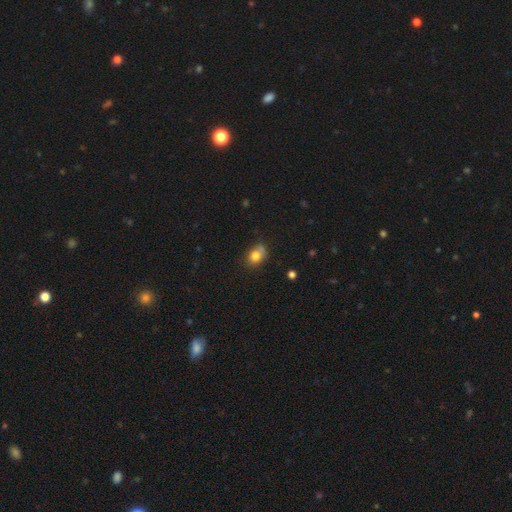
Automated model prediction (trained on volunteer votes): Morphology: type=smooth (80%); roundness=in between (50%); merging=none (52%).